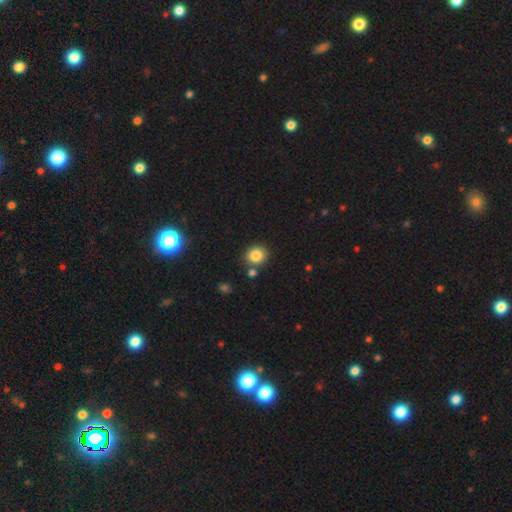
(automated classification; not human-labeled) Smooth or featured: smooth — 83% (star or artifact — 11%)
How rounded: round — 77% (in between — 22%)
Merging: none — 77% (merger — 11%)